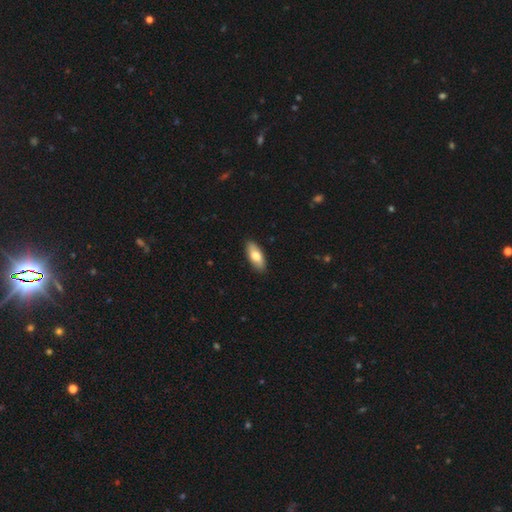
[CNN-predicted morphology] smooth 74%, featured or disk 21%, star or artifact 5%. Down the decision tree: how rounded — in between (79%); merging — none (90%).